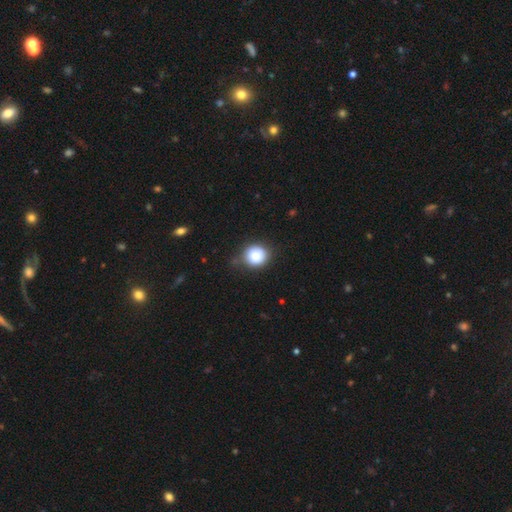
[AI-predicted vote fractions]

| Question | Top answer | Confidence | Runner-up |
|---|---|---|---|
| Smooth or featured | smooth | 84% | star or artifact (9%) |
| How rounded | round | 87% | in between (12%) |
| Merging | none | 75% | minor disturbance (19%) |